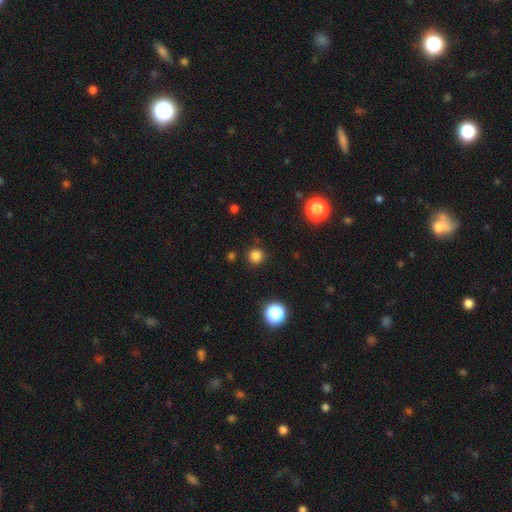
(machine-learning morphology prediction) Q: Smooth or featured?
A: smooth (81%); runner-up: star or artifact (16%)
Q: How rounded?
A: round (94%); runner-up: in between (5%)
Q: Merging?
A: none (89%); runner-up: minor disturbance (7%)